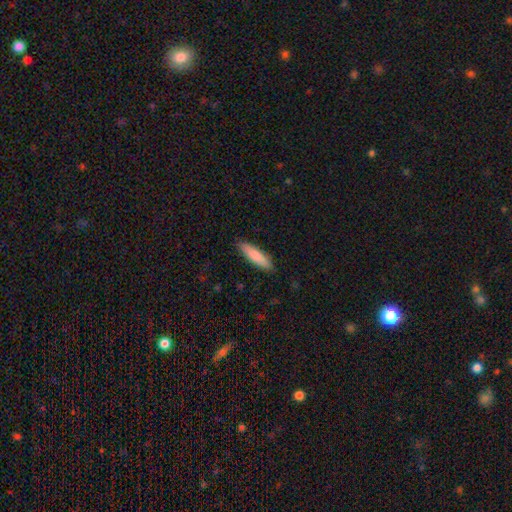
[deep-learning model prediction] Morphology: type=smooth (84%); roundness=cigar-shaped (69%); merging=none (88%).